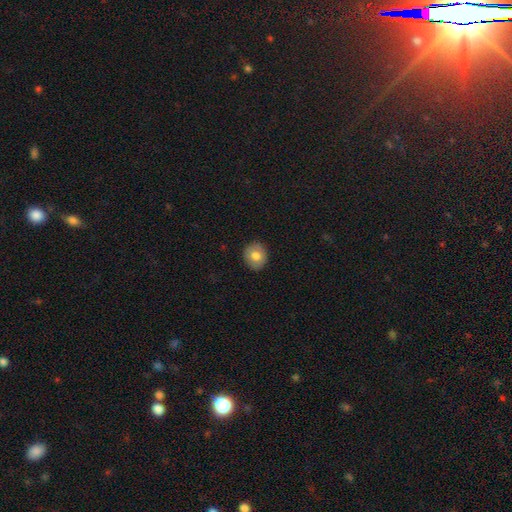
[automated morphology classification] This appears to be a smooth galaxy with no disk features (73%) that is round (65%). Merging: none (88%).